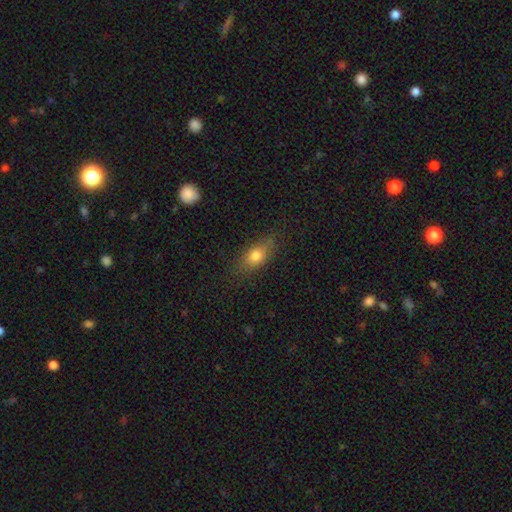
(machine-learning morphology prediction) Q: Smooth or featured?
A: smooth (75%); runner-up: featured or disk (16%)
Q: How rounded?
A: in between (75%); runner-up: cigar-shaped (15%)
Q: Merging?
A: none (79%); runner-up: minor disturbance (16%)